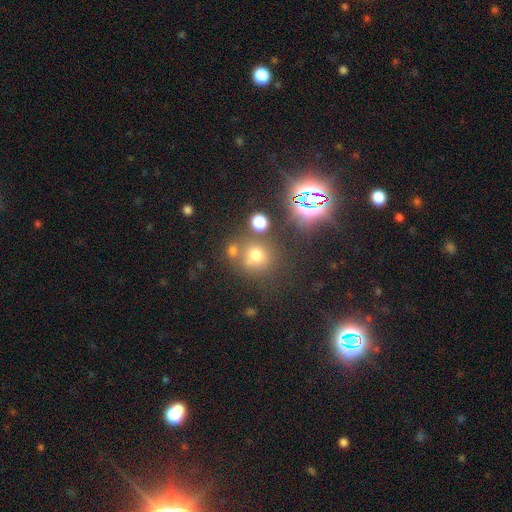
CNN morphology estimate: Smooth or featured? smooth (46%)
Merging? none (69%)